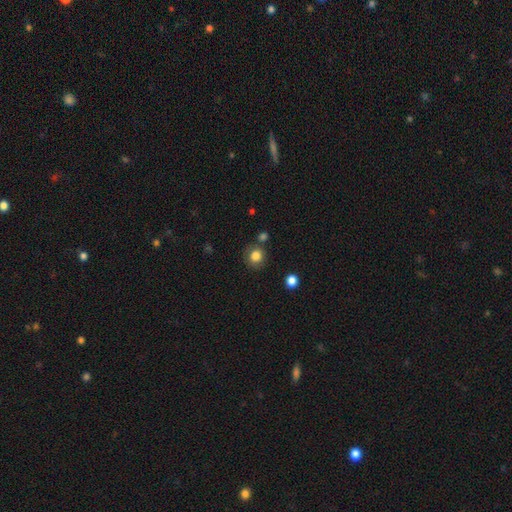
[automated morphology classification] smooth_or_featured: smooth (p=0.83) [alt: star or artifact p=0.11]
how_rounded: round (p=0.88) [alt: in between p=0.11]
merging: none (p=0.76) [alt: minor disturbance p=0.12]